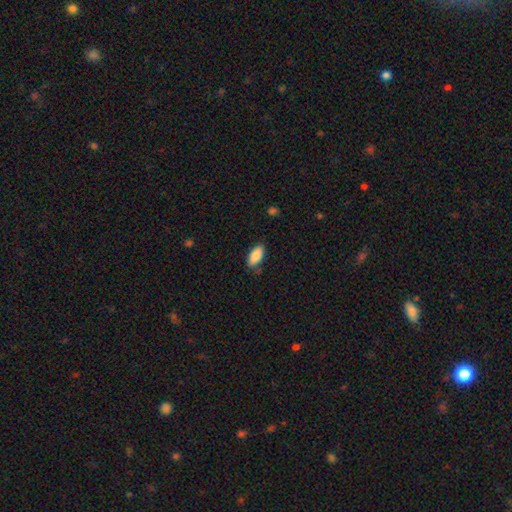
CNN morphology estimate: smooth-or-featured: smooth: 88% | star or artifact: 7% | featured or disk: 6%
  how-rounded: in between: 91% | cigar-shaped: 7% | round: 2%
  merging: none: 76% | minor disturbance: 19% | major disturbance: 3% | merger: 2%